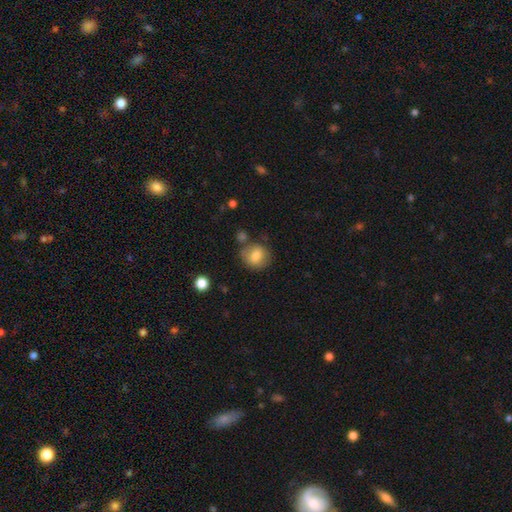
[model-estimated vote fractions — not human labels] A smooth galaxy with no disk features (77%) that is round (75%).

Vote fractions:
- Smooth or featured? smooth: 77% / featured or disk: 14% / star or artifact: 9%
- How rounded? round: 75% / in between: 24% / cigar-shaped: 1%
- Merging? none: 69% / minor disturbance: 16% / merger: 9% / major disturbance: 5%